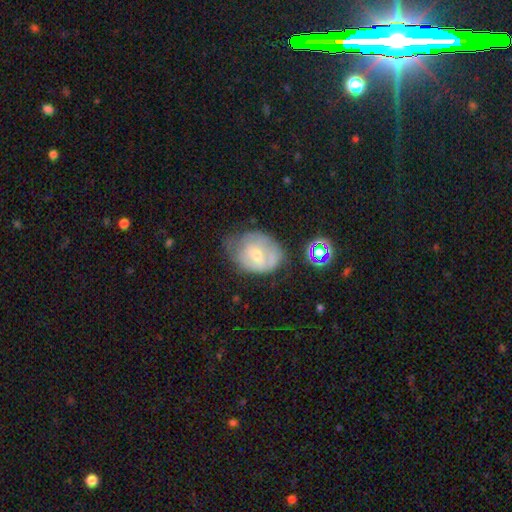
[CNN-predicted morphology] This appears to be a featured or disk galaxy (51%). Merging: none (64%).